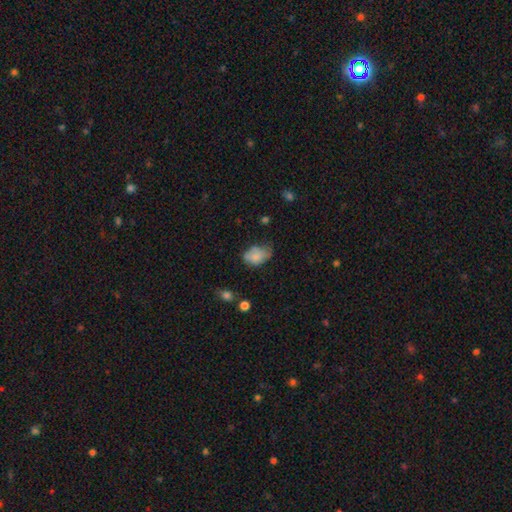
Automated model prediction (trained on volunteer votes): A smooth galaxy with no disk features (77%) that is in between round and cigar-shaped (83%).

Vote fractions:
- Smooth or featured? smooth: 77% / featured or disk: 14% / star or artifact: 9%
- How rounded? in between: 83% / round: 16% / cigar-shaped: 1%
- Merging? none: 46% / minor disturbance: 38% / major disturbance: 13% / merger: 3%